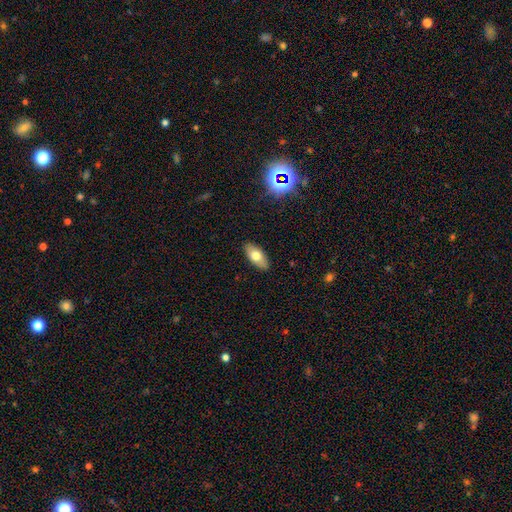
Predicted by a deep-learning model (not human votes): A smooth galaxy with no disk features (71%) that is in between round and cigar-shaped (87%).

Vote fractions:
- Smooth or featured? smooth: 71% / featured or disk: 22% / star or artifact: 8%
- How rounded? in between: 87% / cigar-shaped: 10% / round: 3%
- Merging? none: 88% / minor disturbance: 10% / major disturbance: 2% / merger: 1%